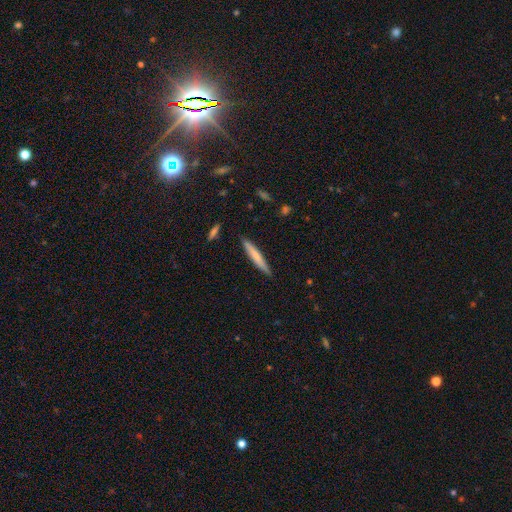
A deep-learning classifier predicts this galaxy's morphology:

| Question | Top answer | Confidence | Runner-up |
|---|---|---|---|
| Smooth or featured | smooth | 62% | featured or disk (32%) |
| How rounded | cigar-shaped | 95% | in between (4%) |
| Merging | none | 88% | minor disturbance (9%) |